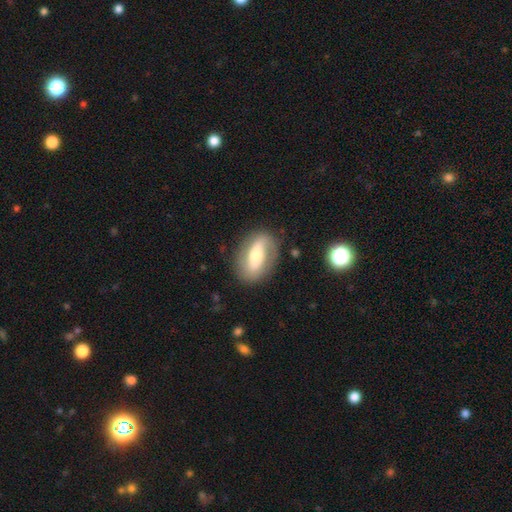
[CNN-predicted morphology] A featured or disk galaxy (63%) with a strong bar (49%), spiral arms (71%) and a moderate central bulge (60%). Merging: none (80%).